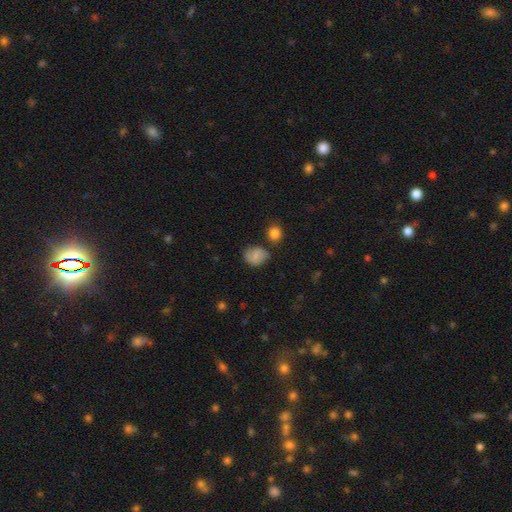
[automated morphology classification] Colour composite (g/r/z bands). It shows a smooth galaxy with no disk features (69%) that is round (55%). Merging: none (68%).